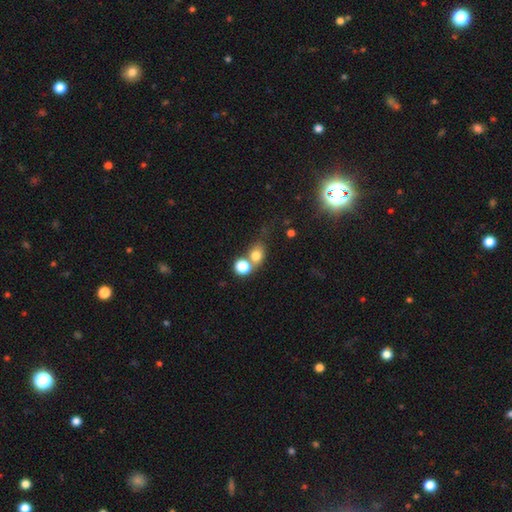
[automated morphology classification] The model was most divided on "merging": merger: 44%, none: 42%, minor disturbance: 10%, major disturbance: 5%. More confident: smooth or featured — smooth (76%); how rounded — round (58%).